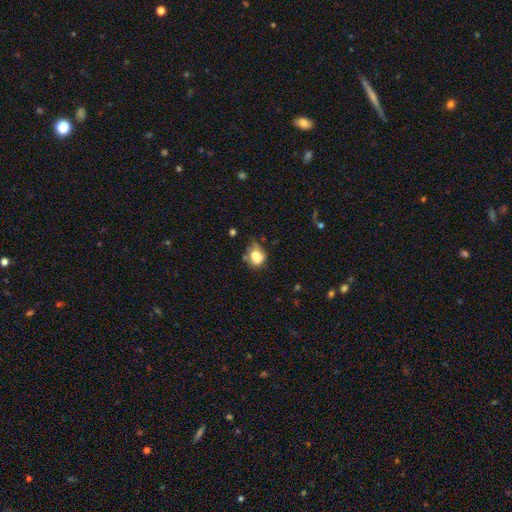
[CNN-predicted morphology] smooth_or_featured: smooth (p=0.69) [alt: featured or disk p=0.21]
how_rounded: in between (p=0.50) [alt: round p=0.49]
merging: none (p=0.36) [alt: minor disturbance p=0.33]